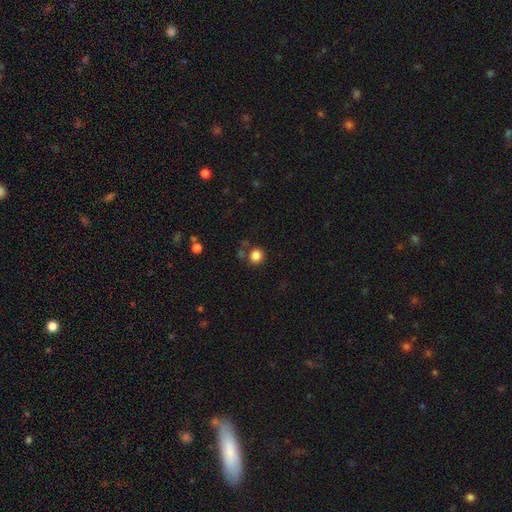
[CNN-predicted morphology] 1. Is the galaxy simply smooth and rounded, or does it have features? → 83% smooth, 12% star or artifact, 5% featured or disk.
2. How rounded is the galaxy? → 92% round, 7% in between, 1% cigar-shaped.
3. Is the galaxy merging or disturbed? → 80% none, 10% minor disturbance, 7% merger, 4% major disturbance.